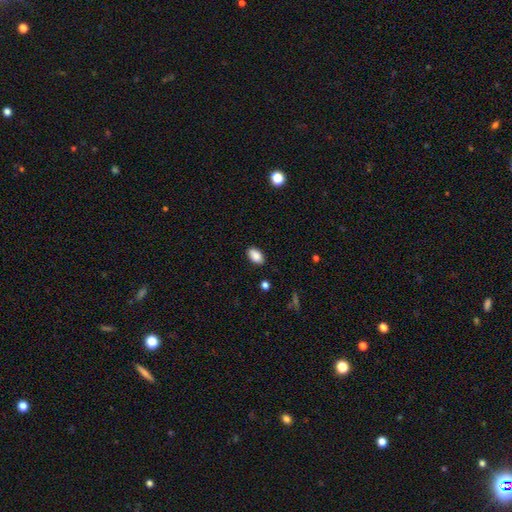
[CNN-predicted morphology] This appears to be a smooth galaxy with no disk features (87%) that is in between round and cigar-shaped (92%). Merging: none (85%).